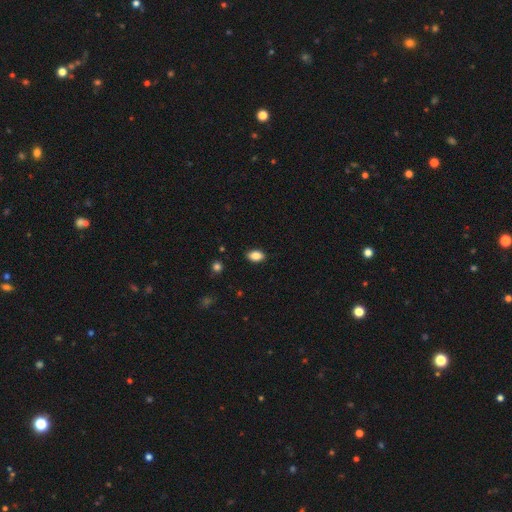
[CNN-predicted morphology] Smooth or featured: smooth — 86% (star or artifact — 9%)
How rounded: in between — 88% (round — 10%)
Merging: none — 88% (minor disturbance — 9%)